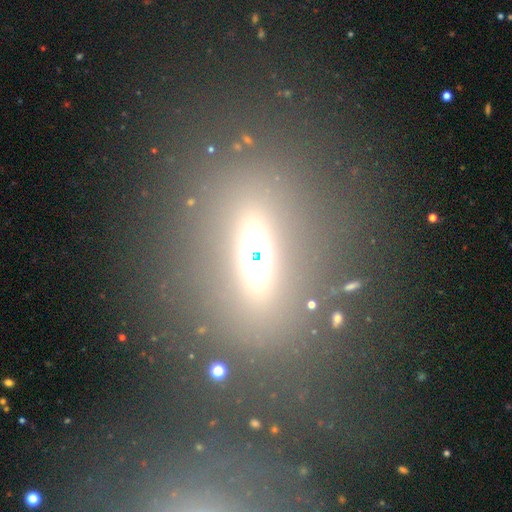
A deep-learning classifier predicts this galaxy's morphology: Smooth or featured? Predicted: smooth (p=0.39). Merging? Predicted: none (p=0.77).